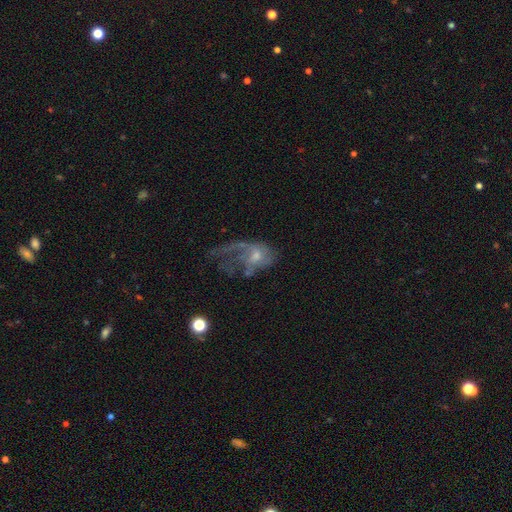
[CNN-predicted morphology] A featured or disk galaxy (66%) with no bar (74%), spiral arms (56%) and a small central bulge (54%).

Vote fractions:
- Smooth or featured? featured or disk: 66% / smooth: 23% / star or artifact: 11%
- Edge-on disk? no: 96% / yes: 4%
- Bar? no: 74% / weak: 22% / strong: 3%
- Spiral arms? yes: 56% / no: 44%
- Bulge size? small: 54% / moderate: 31% / none: 11% / large: 2% / dominant: 1%
- Merging? major disturbance: 57% / none: 21% / minor disturbance: 16% / merger: 6%